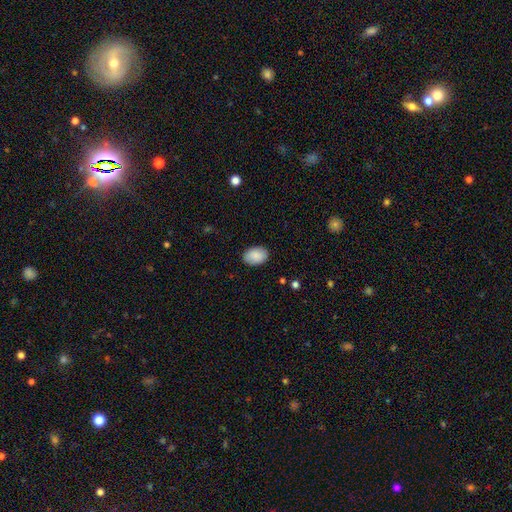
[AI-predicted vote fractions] smooth_or_featured: smooth (p=0.89) [alt: star or artifact p=0.06]
how_rounded: in between (p=0.84) [alt: round p=0.15]
merging: none (p=0.88) [alt: minor disturbance p=0.09]